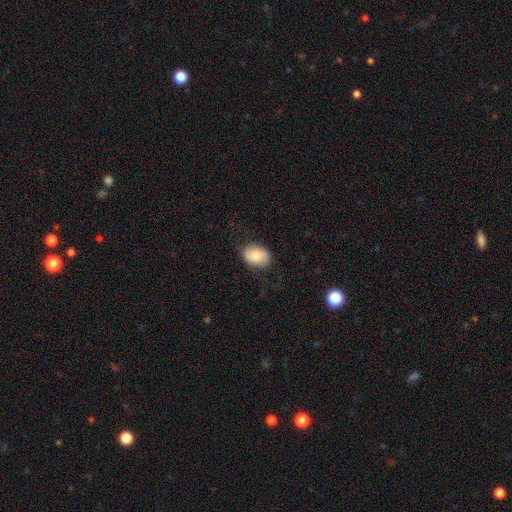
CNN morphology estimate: Q: Smooth or featured?
A: smooth (76%); runner-up: featured or disk (17%)
Q: How rounded?
A: in between (72%); runner-up: round (26%)
Q: Merging?
A: none (82%); runner-up: minor disturbance (14%)